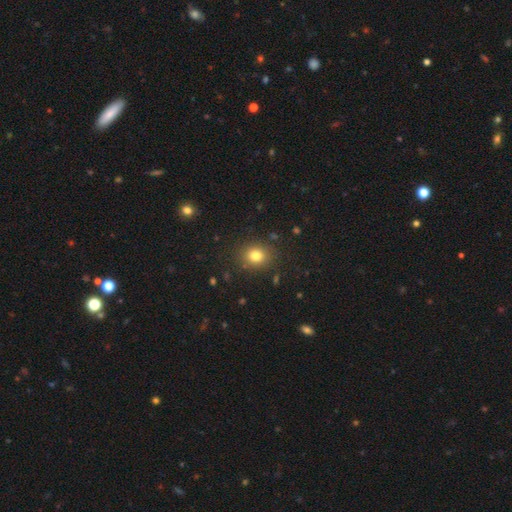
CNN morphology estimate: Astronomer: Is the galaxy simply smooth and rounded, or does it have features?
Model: smooth — 79%.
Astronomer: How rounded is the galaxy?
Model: round — 68%.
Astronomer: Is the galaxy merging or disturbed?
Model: none — 87%.